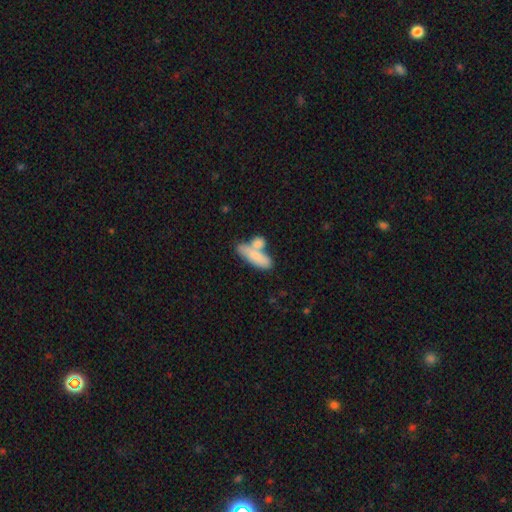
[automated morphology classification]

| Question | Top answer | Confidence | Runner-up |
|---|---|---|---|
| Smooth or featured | smooth | 74% | featured or disk (20%) |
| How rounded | in between | 63% | cigar-shaped (33%) |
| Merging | merger | 47% | none (35%) |